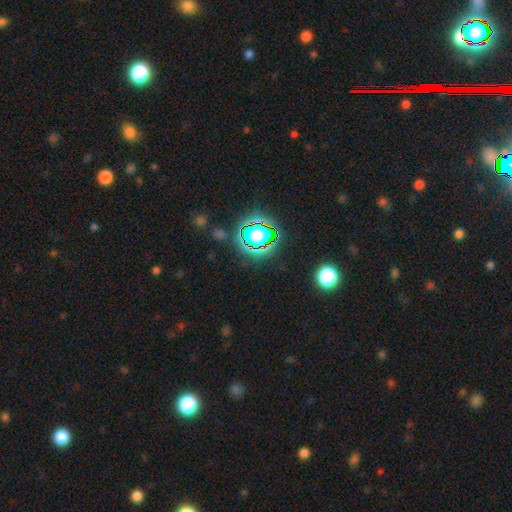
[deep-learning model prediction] Morphology: type=star or artifact (78%).